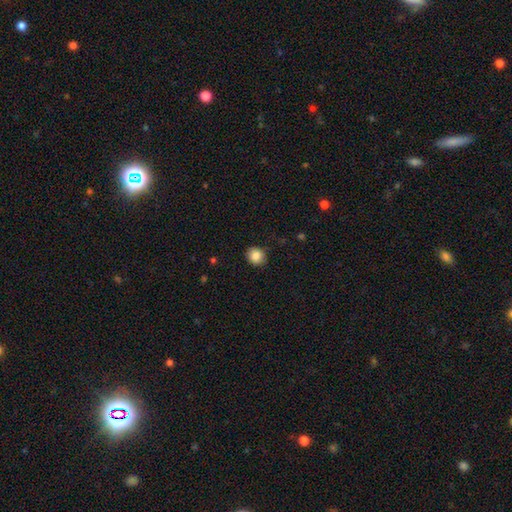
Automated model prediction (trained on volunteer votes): Smooth or featured: smooth — 86% (star or artifact — 9%)
How rounded: round — 80% (in between — 19%)
Merging: none — 84% (minor disturbance — 13%)